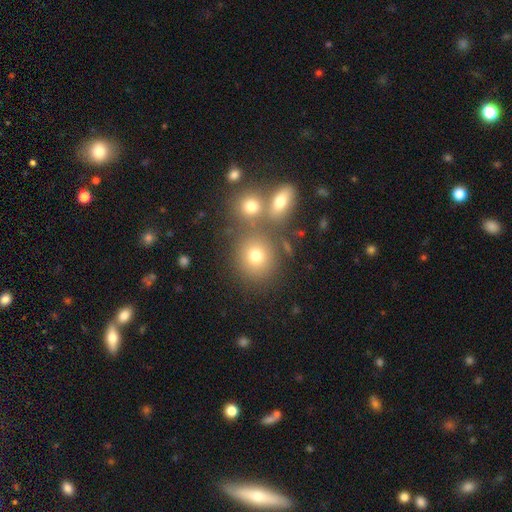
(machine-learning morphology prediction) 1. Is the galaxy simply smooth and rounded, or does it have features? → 75% smooth, 15% star or artifact, 10% featured or disk.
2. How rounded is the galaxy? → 79% round, 19% in between, 1% cigar-shaped.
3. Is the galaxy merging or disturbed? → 65% none, 23% merger, 8% minor disturbance, 4% major disturbance.